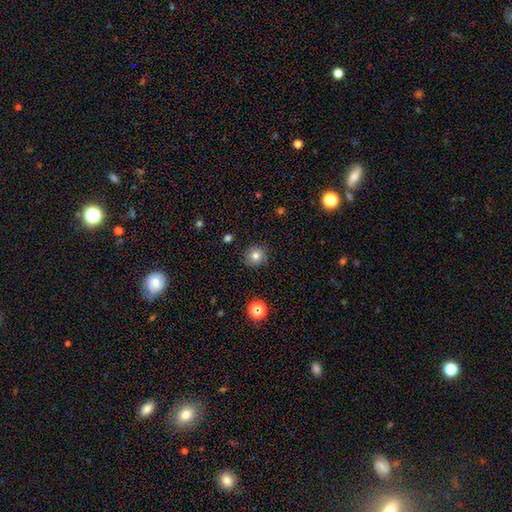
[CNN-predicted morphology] smooth-or-featured: smooth: 79% | star or artifact: 12% | featured or disk: 8%
  how-rounded: round: 87% | in between: 12% | cigar-shaped: 1%
  merging: none: 88% | minor disturbance: 9% | major disturbance: 2% | merger: 1%